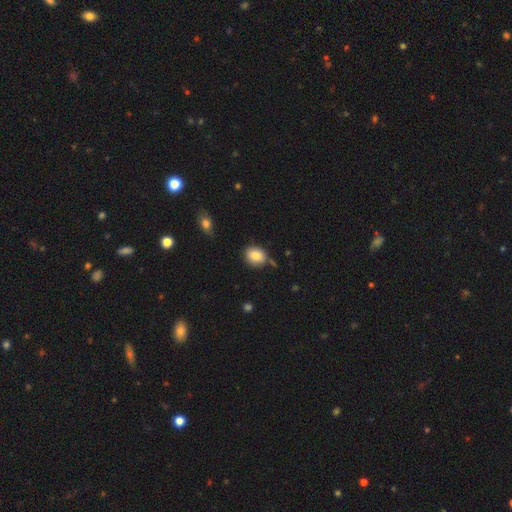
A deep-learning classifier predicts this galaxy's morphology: This appears to be a smooth galaxy with no disk features (84%) that is round (56%). Merging: none (77%).